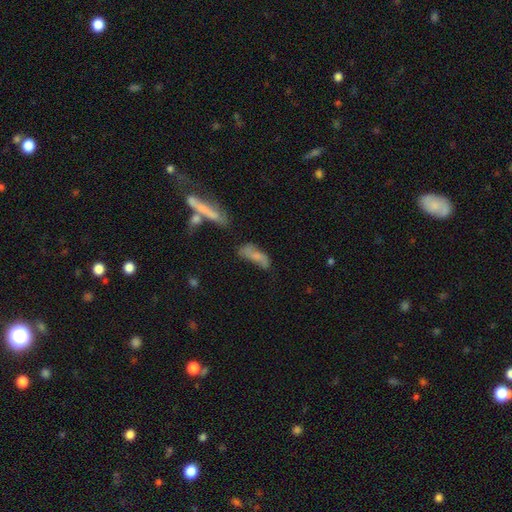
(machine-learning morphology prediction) smooth_or_featured: smooth (p=0.59) [alt: featured or disk p=0.31]
how_rounded: in between (p=0.59) [alt: cigar-shaped p=0.38]
merging: none (p=0.38) [alt: minor disturbance p=0.26]